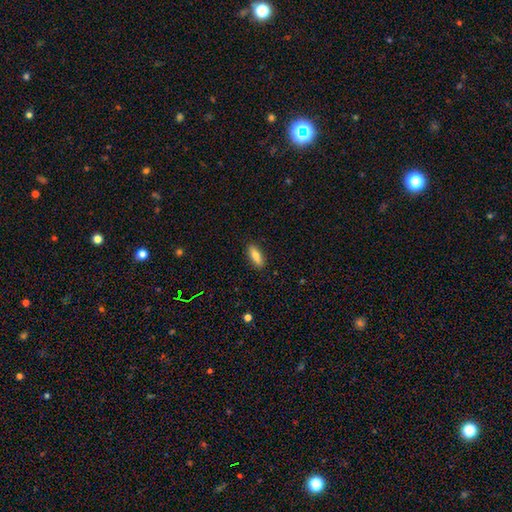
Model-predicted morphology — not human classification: smooth-or-featured: smooth: 80% | featured or disk: 13% | star or artifact: 7%
  how-rounded: in between: 65% | cigar-shaped: 33% | round: 2%
  merging: none: 89% | minor disturbance: 8% | major disturbance: 2% | merger: 1%